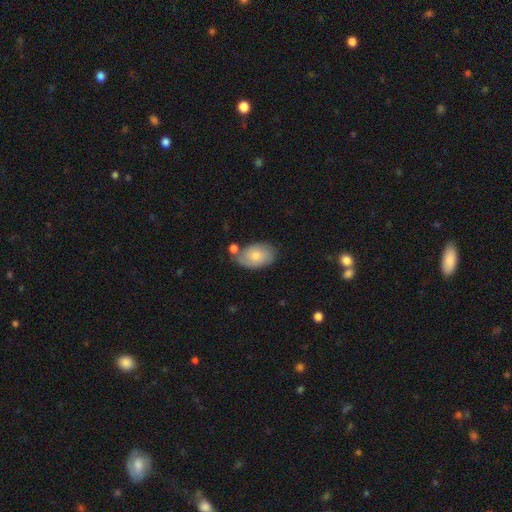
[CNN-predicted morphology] Smooth or featured?
  - smooth: 65% *
  - featured or disk: 29%
  - star or artifact: 6%
How rounded?
  - in between: 89% *
  - round: 9%
  - cigar-shaped: 1%
Merging?
  - none: 54% *
  - minor disturbance: 23%
  - merger: 16%
  - major disturbance: 7%